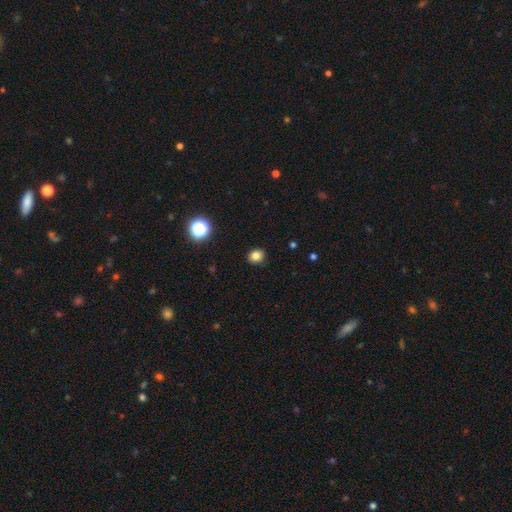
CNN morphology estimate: smooth-or-featured: smooth: 81% | star or artifact: 13% | featured or disk: 6%
  how-rounded: round: 79% | in between: 21% | cigar-shaped: 1%
  merging: none: 90% | minor disturbance: 7% | major disturbance: 2% | merger: 1%